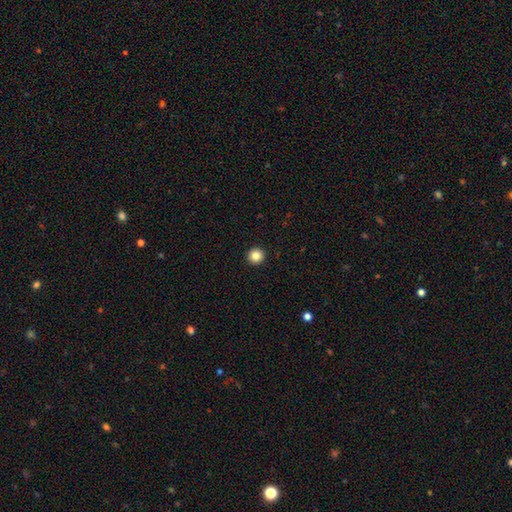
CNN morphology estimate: Smooth or featured? smooth (85%)
How rounded? round (95%)
Merging? none (94%)